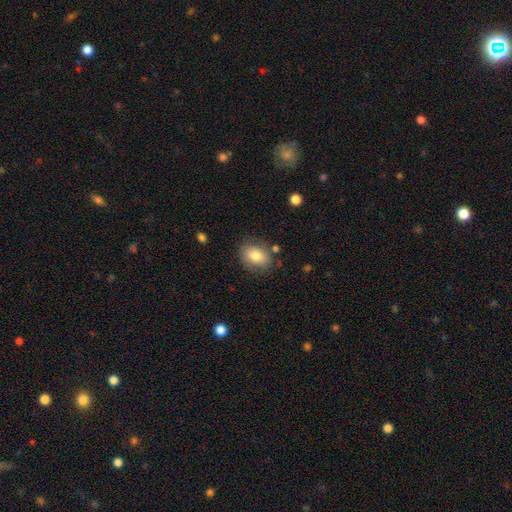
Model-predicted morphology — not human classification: smooth 78%, featured or disk 14%, star or artifact 9%. Down the decision tree: how rounded — in between (59%); merging — none (80%).